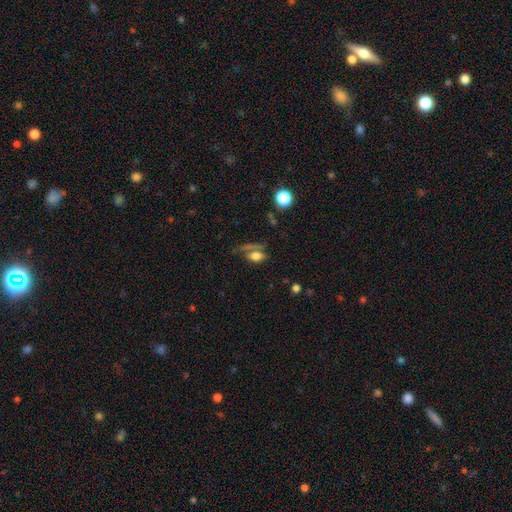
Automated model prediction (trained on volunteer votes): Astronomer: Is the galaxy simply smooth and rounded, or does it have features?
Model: smooth — 67%.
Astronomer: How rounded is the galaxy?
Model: in between — 77%.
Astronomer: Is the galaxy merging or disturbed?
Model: none — 43% (runner-up: major disturbance, 23%).